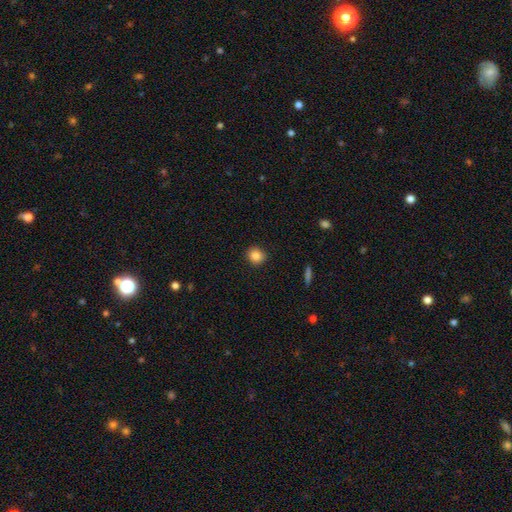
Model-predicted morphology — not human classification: This appears to be a smooth galaxy with no disk features (85%) that is round (86%). Merging: none (91%).